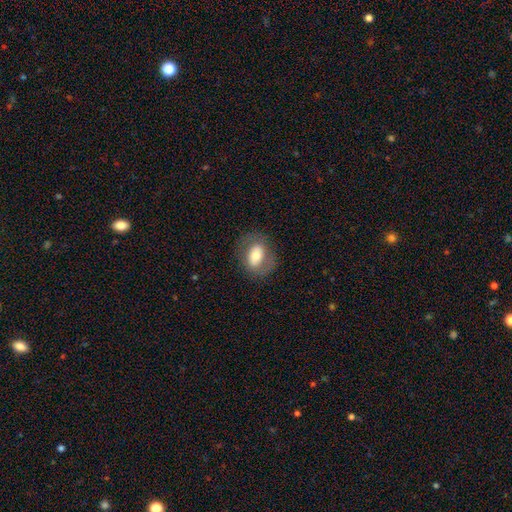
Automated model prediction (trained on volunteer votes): Q: Smooth or featured?
A: smooth (55%); runner-up: featured or disk (37%)
Q: How rounded?
A: in between (73%); runner-up: round (25%)
Q: Merging?
A: none (76%); runner-up: minor disturbance (15%)